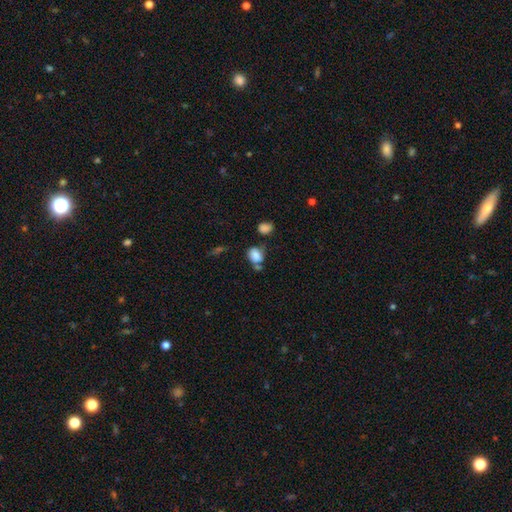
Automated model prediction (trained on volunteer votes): A smooth galaxy with no disk features (79%) that is in between round and cigar-shaped (69%). Merging: none (43%).